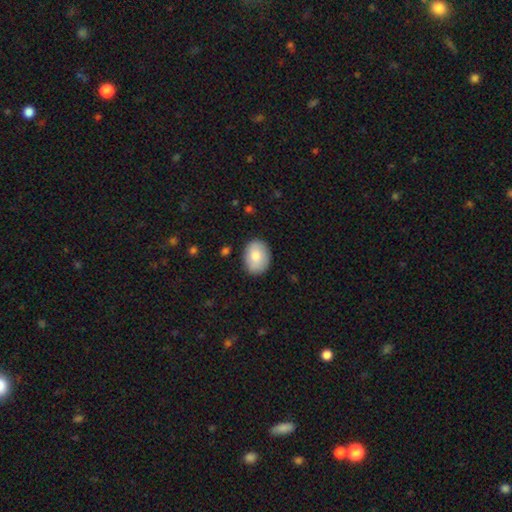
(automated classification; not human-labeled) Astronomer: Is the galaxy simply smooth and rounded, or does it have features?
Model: smooth — 81%.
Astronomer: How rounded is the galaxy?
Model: in between — 71%.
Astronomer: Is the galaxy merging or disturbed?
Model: none — 85%.